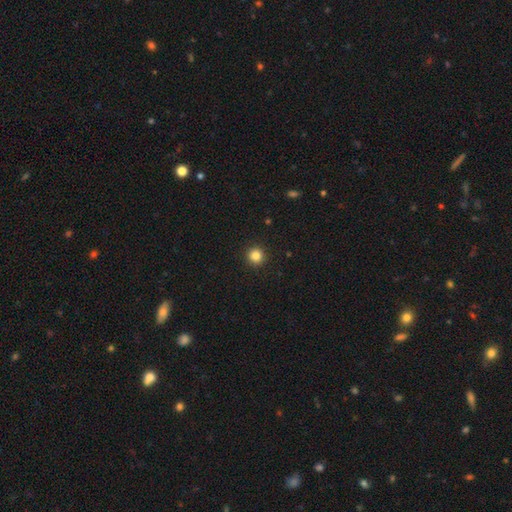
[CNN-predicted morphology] Smooth or featured? Predicted: smooth (p=0.85). How rounded? Predicted: round (p=0.95). Merging? Predicted: none (p=0.93).